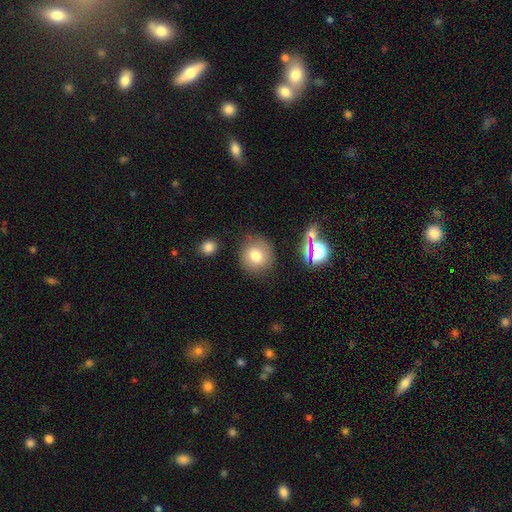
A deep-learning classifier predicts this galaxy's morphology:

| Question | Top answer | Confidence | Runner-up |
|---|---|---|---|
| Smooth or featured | smooth | 76% | star or artifact (13%) |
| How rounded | round | 88% | in between (11%) |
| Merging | none | 82% | minor disturbance (11%) |